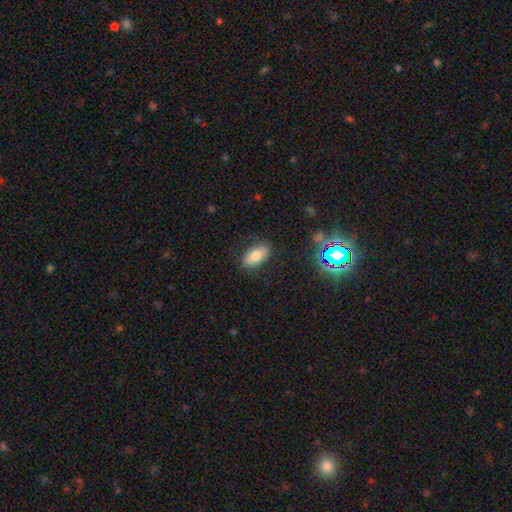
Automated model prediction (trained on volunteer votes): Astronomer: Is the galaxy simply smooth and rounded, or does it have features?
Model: smooth — 75%.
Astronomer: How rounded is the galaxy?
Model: in between — 91%.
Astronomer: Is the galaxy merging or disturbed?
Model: none — 83%.